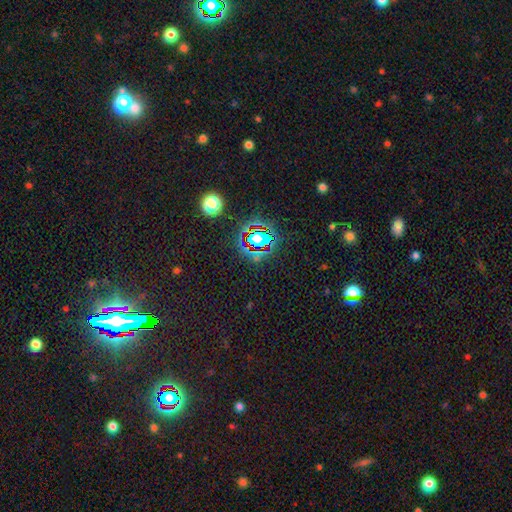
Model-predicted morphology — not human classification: type=star or artifact (74%).